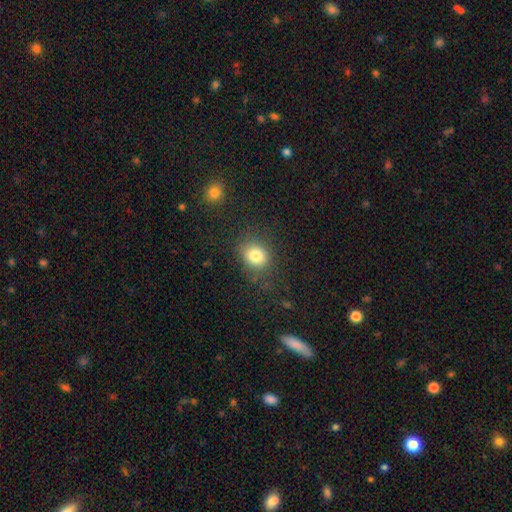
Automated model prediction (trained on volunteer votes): smooth-or-featured: smooth: 81% | star or artifact: 12% | featured or disk: 7%
  how-rounded: round: 65% | in between: 34% | cigar-shaped: 1%
  merging: none: 82% | minor disturbance: 11% | major disturbance: 5% | merger: 2%